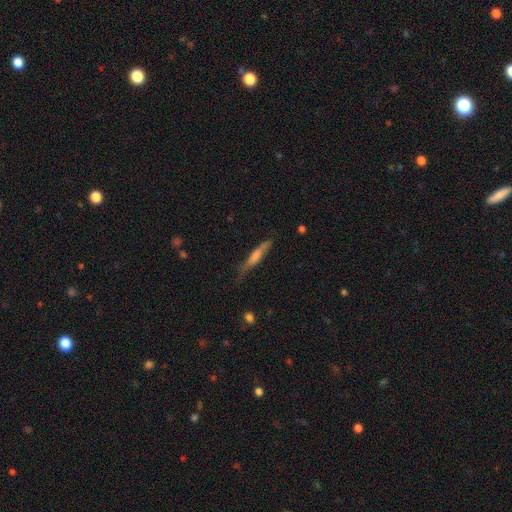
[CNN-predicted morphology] A smooth galaxy with no disk features (49%). Merging: none (67%).